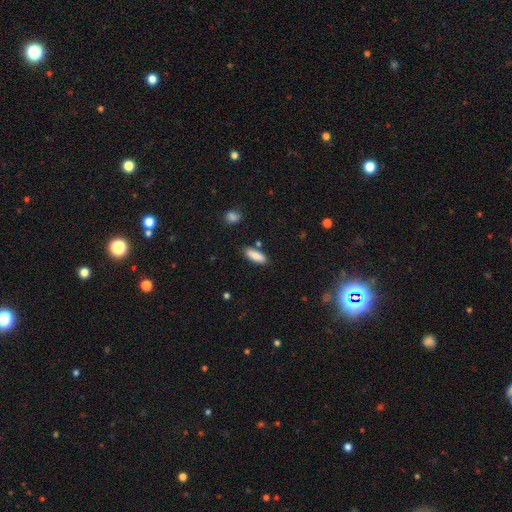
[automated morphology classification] smooth 86%, featured or disk 7%, star or artifact 6%. Down the decision tree: how rounded — in between (71%); merging — none (81%).